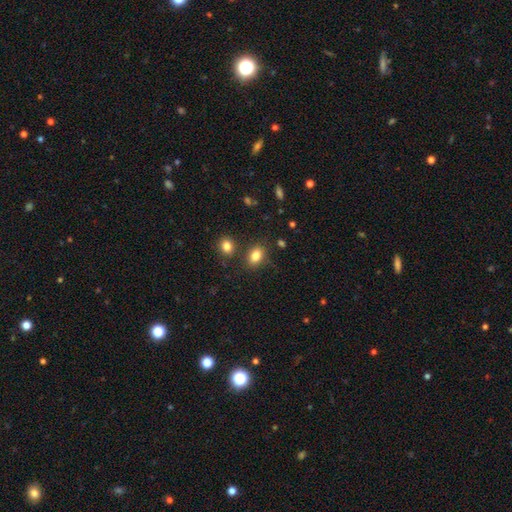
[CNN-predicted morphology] smooth 83%, star or artifact 10%, featured or disk 7%. Down the decision tree: how rounded — in between (76%); merging — none (79%).